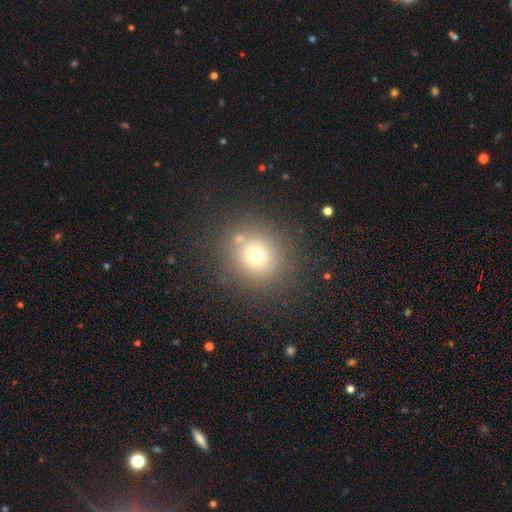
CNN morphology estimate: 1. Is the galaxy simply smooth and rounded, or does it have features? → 67% smooth, 19% star or artifact, 14% featured or disk.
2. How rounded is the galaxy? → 86% round, 13% in between, 1% cigar-shaped.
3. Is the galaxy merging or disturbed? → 79% none, 9% minor disturbance, 6% merger, 5% major disturbance.